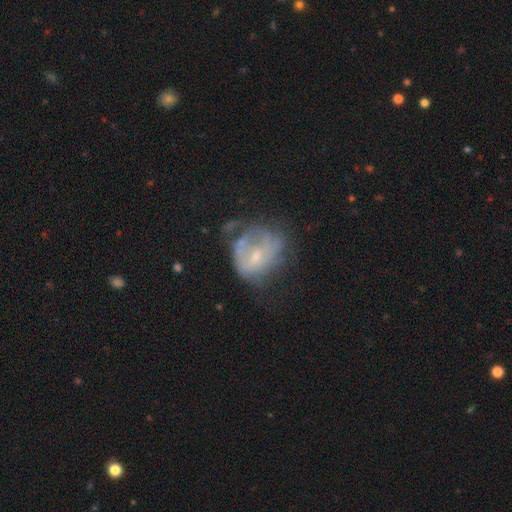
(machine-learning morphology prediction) featured or disk 56%, smooth 33%, star or artifact 11%. Down the decision tree: edge-on disk — no (97%); bar — no (68%); spiral arms — no (64%); bulge size — small (60%); merging — none (34%).